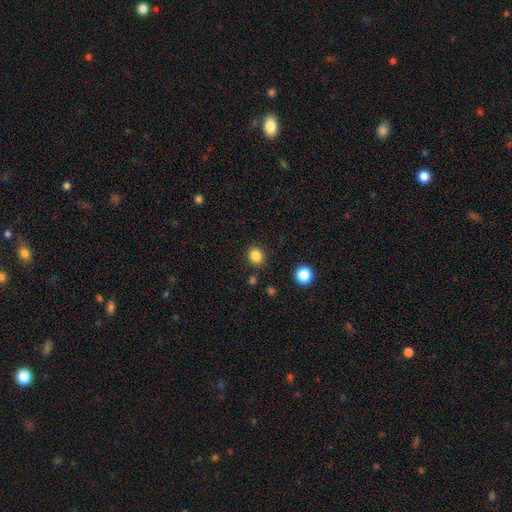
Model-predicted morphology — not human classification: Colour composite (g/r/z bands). It shows a smooth galaxy with no disk features (84%) that is round (74%). Merging: none (87%).